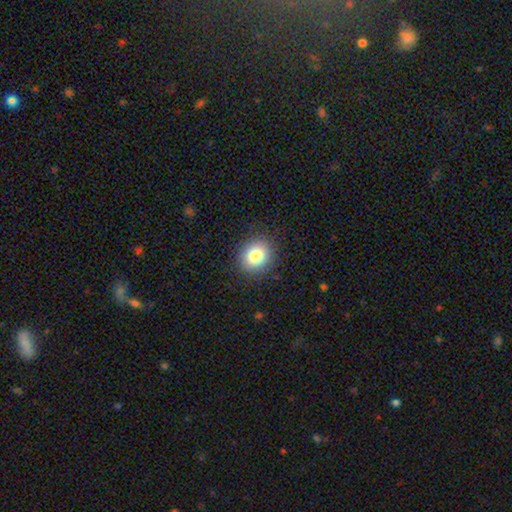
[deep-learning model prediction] A smooth galaxy with no disk features (82%) that is round (74%).

Vote fractions:
- Smooth or featured? smooth: 82% / star or artifact: 11% / featured or disk: 7%
- How rounded? round: 74% / in between: 25% / cigar-shaped: 1%
- Merging? none: 91% / minor disturbance: 6% / major disturbance: 2% / merger: 1%